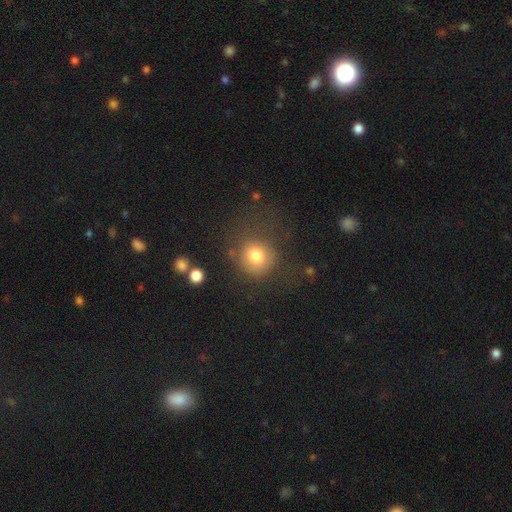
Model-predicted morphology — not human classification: type=smooth (78%); roundness=round (86%); merging=none (64%).